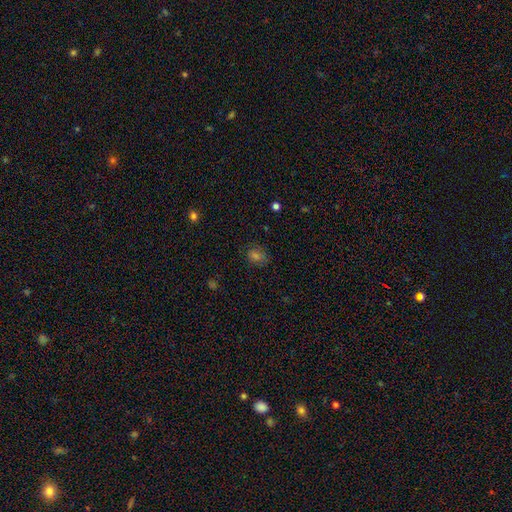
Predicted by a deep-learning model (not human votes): A smooth galaxy with no disk features (67%) that is in between round and cigar-shaped (58%).

Vote fractions:
- Smooth or featured? smooth: 67% / star or artifact: 25% / featured or disk: 8%
- How rounded? in between: 58% / round: 40% / cigar-shaped: 2%
- Merging? none: 80% / minor disturbance: 14% / major disturbance: 5% / merger: 1%